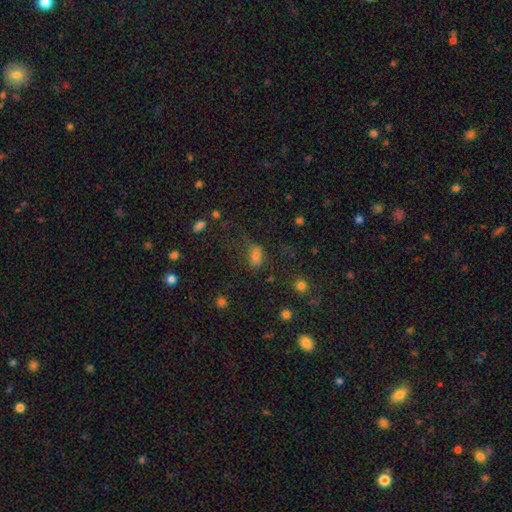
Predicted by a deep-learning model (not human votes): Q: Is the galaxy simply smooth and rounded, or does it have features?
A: smooth — 67%.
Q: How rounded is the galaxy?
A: in between — 77%.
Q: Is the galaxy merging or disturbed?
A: none — 49%.